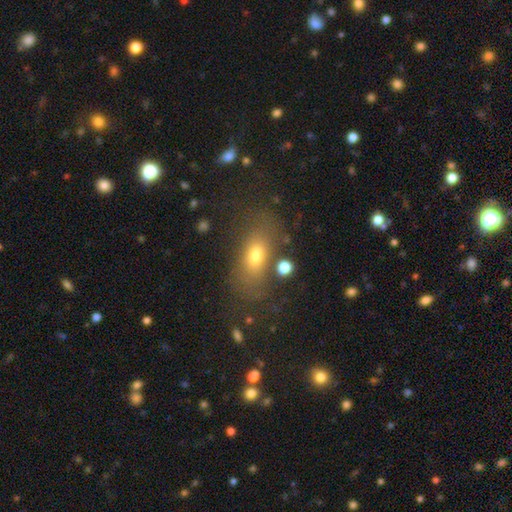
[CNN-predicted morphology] Smooth or featured? Predicted: smooth (p=0.65). How rounded? Predicted: in between (p=0.78). Merging? Predicted: none (p=0.76).